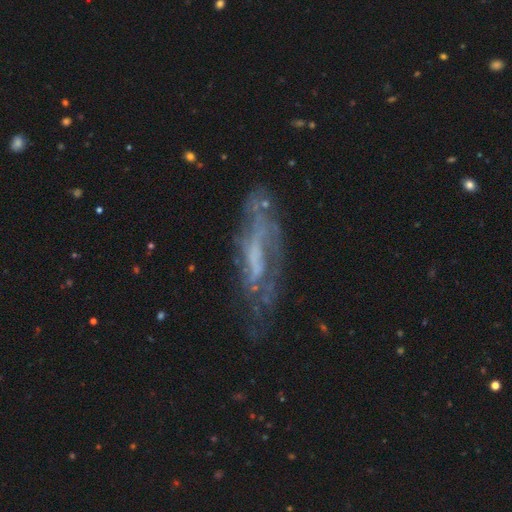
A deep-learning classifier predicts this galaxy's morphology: Smooth or featured: featured or disk — 68% (smooth — 22%)
Edge-on disk: no — 69% (yes — 31%)
Merging: none — 54% (minor disturbance — 25%)